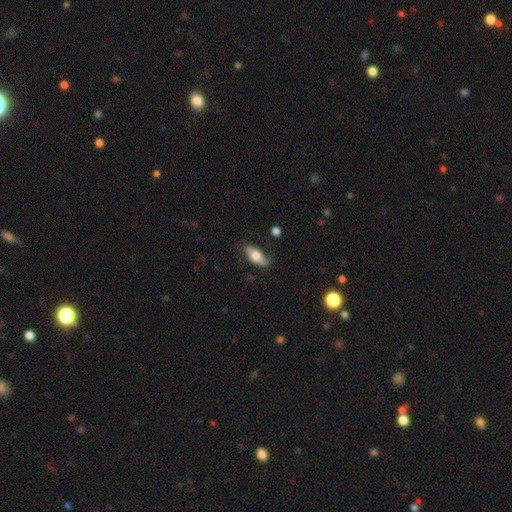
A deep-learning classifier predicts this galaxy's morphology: smooth 66%, featured or disk 28%, star or artifact 6%. Down the decision tree: how rounded — in between (78%); merging — none (69%).